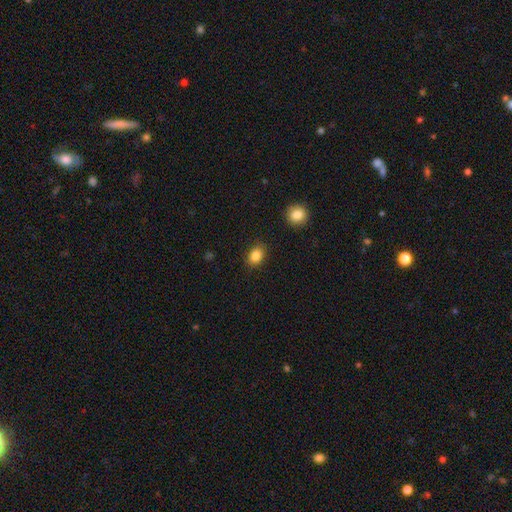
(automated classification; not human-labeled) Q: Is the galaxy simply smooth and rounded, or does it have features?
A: smooth — 85%.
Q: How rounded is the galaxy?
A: in between — 59%.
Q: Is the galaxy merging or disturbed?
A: none — 86%.